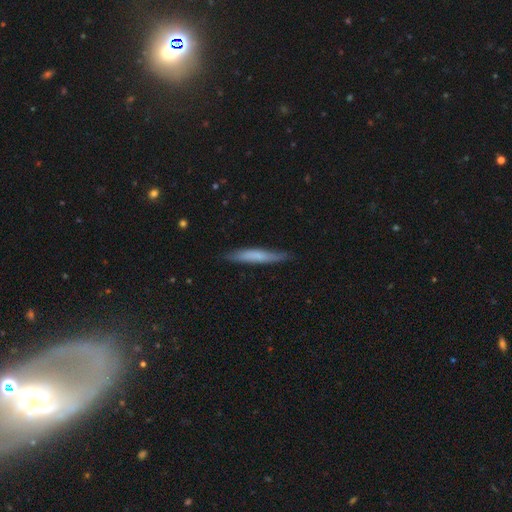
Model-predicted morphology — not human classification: Q: Smooth or featured?
A: smooth (64%); runner-up: featured or disk (30%)
Q: How rounded?
A: cigar-shaped (94%); runner-up: in between (5%)
Q: Merging?
A: none (83%); runner-up: minor disturbance (13%)